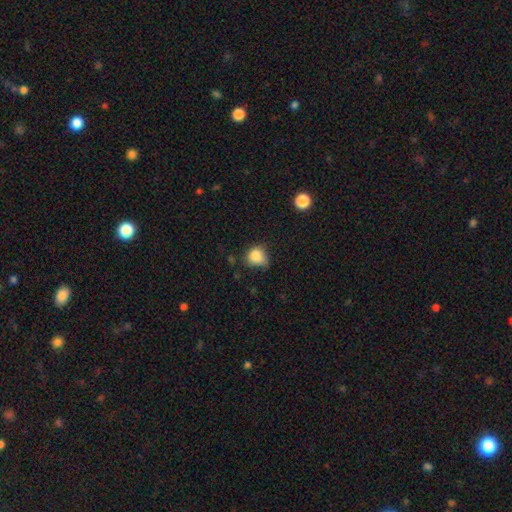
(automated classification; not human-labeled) Overall: smooth (82%). How rounded: round (71%). Merging: none (45%; minor disturbance 40%).